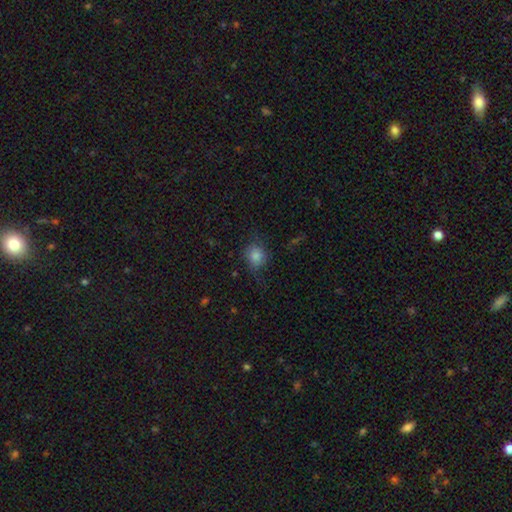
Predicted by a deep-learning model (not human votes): Smooth or featured: smooth — 76% (star or artifact — 12%)
How rounded: round — 76% (in between — 23%)
Merging: none — 67% (minor disturbance — 22%)